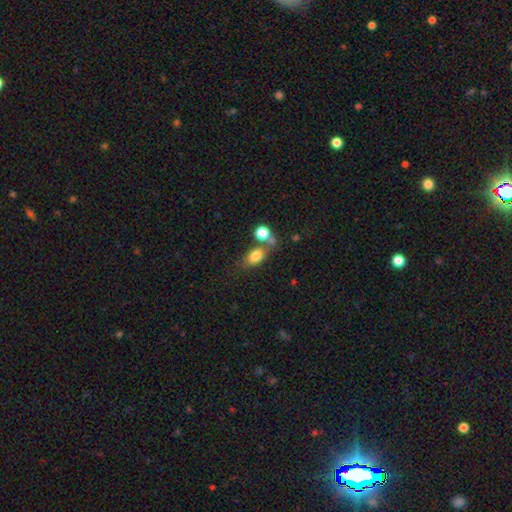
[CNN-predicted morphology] Smooth or featured?
  - smooth: 79% *
  - featured or disk: 11%
  - star or artifact: 10%
How rounded?
  - in between: 79% *
  - round: 18%
  - cigar-shaped: 3%
Merging?
  - none: 50% *
  - merger: 29%
  - minor disturbance: 14%
  - major disturbance: 7%